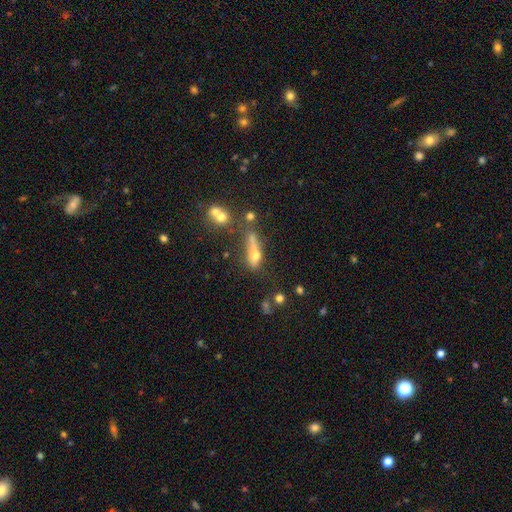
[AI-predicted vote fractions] smooth-or-featured: smooth: 51% | featured or disk: 32% | star or artifact: 16%
  how-rounded: cigar-shaped: 54% | in between: 36% | round: 10%
  merging: none: 37% | merger: 25% | minor disturbance: 19% | major disturbance: 18%